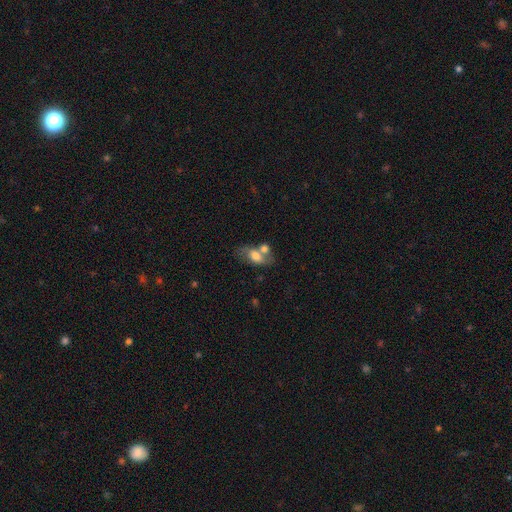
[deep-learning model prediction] Smooth or featured? Predicted: smooth (p=0.65). How rounded? Predicted: in between (p=0.85). Merging? Predicted: merger (p=0.39, tied with none).